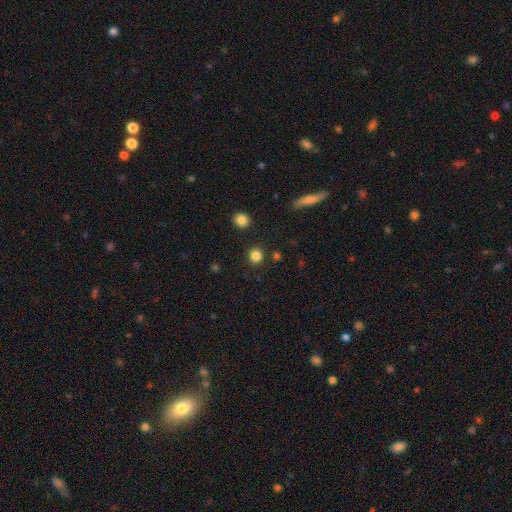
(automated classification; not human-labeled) smooth_or_featured: smooth (p=0.84) [alt: star or artifact p=0.12]
how_rounded: round (p=0.92) [alt: in between p=0.07]
merging: none (p=0.89) [alt: minor disturbance p=0.05]